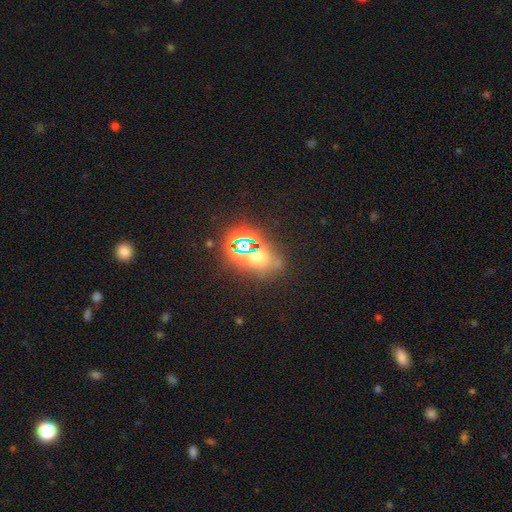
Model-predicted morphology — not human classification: Smooth or featured? star or artifact (54%)